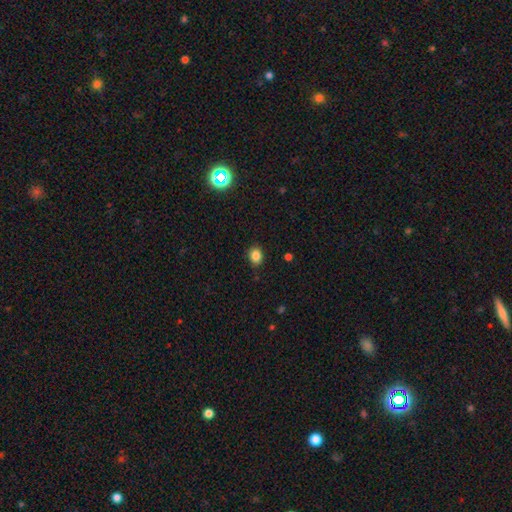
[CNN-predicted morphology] smooth 85%, star or artifact 11%, featured or disk 4%. Down the decision tree: how rounded — round (51%); merging — none (87%).